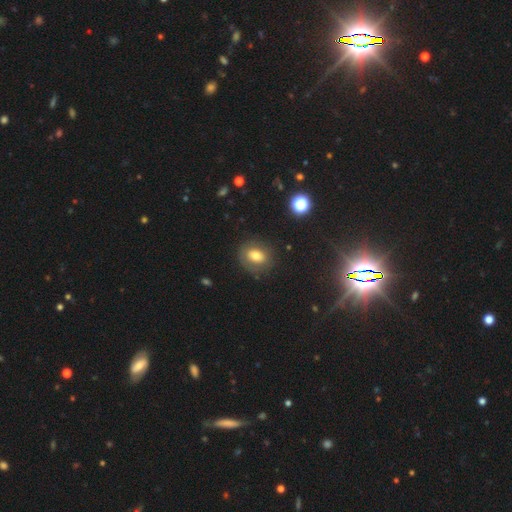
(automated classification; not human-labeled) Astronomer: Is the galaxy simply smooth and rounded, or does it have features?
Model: smooth — 64%.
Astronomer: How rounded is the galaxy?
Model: in between — 59% (runner-up: round, 40%).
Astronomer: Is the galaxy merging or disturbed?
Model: none — 76%.